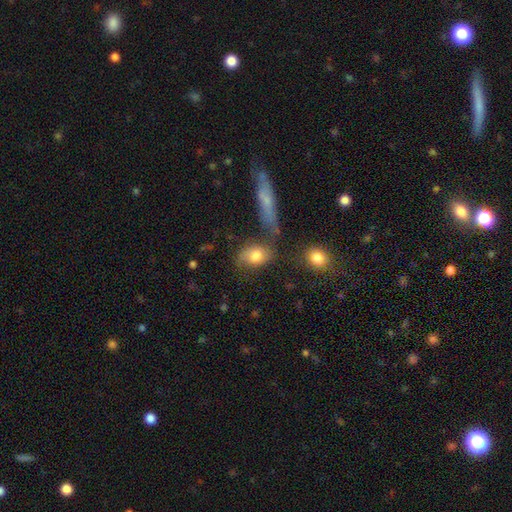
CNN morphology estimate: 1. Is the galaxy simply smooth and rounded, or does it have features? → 73% smooth, 18% featured or disk, 9% star or artifact.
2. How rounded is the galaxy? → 75% in between, 22% round, 4% cigar-shaped.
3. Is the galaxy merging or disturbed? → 58% none, 19% minor disturbance, 13% merger, 10% major disturbance.